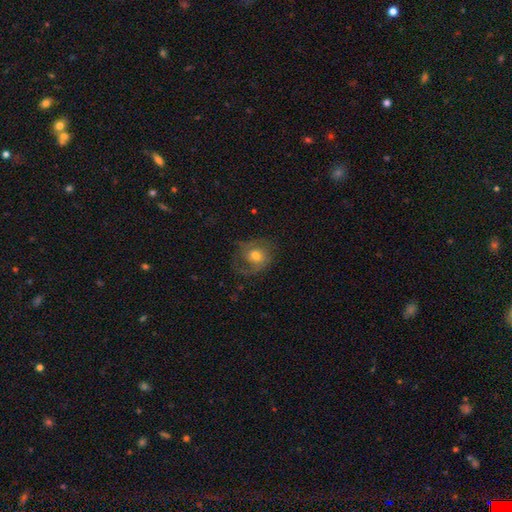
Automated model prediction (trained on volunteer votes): Smooth or featured: smooth — 46% (featured or disk — 45%)
Merging: none — 51% (major disturbance — 24%)